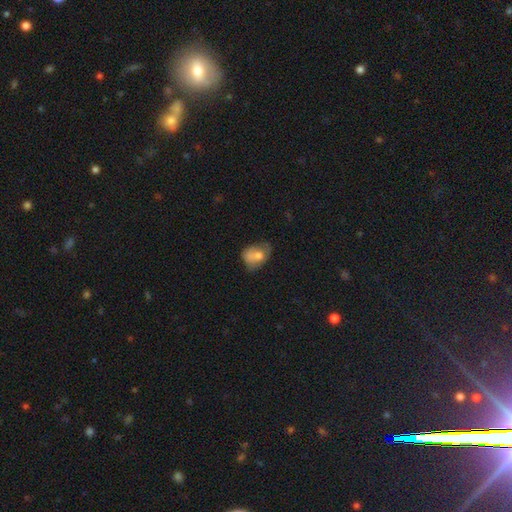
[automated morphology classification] smooth 66%, featured or disk 25%, star or artifact 9%. Down the decision tree: how rounded — in between (67%); merging — minor disturbance (33%).